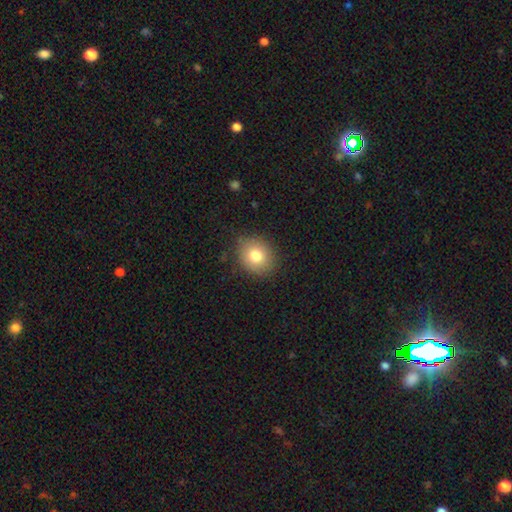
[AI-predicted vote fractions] A smooth galaxy with no disk features (79%) that is round (70%). Merging: none (85%).